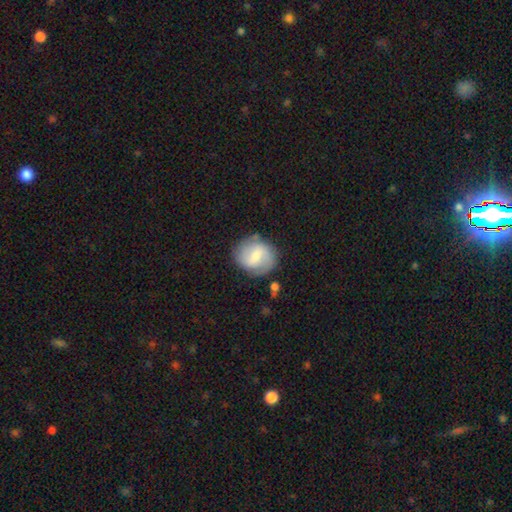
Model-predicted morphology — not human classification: type=featured or disk (51%); edge-on=no (97%); merging=none (71%).